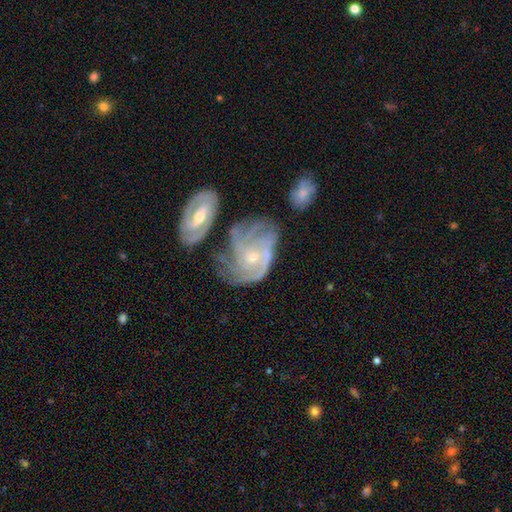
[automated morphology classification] A featured or disk galaxy (82%) with no bar (67%), tight (51%) spiral arms (92%) and a small central bulge (63%). Merging: none (37%).